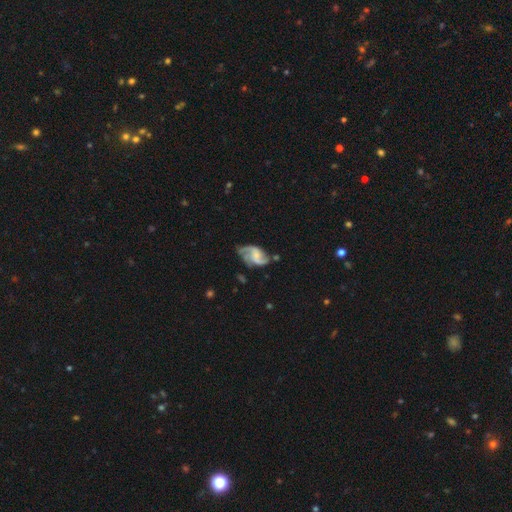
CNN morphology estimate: Smooth or featured?
  - featured or disk: 79% *
  - smooth: 15%
  - star or artifact: 6%
Edge-on disk?
  - no: 98% *
  - yes: 2%
Bar?
  - no: 49% *
  - weak: 40%
  - strong: 11%
Spiral arms?
  - yes: 93% *
  - no: 7%
Spiral winding?
  - loose: 46% *
  - medium: 41%
  - tight: 13%
Spiral arm count?
  - 2: 71% *
  - 3: 14%
  - can't tell: 7%
  - 1: 3%
  - 4: 2%
  - more than 4: 2%
Bulge size?
  - none: 38% *
  - small: 37%
  - moderate: 20%
  - large: 4%
  - dominant: 1%
Merging?
  - none: 51% *
  - minor disturbance: 25%
  - major disturbance: 18%
  - merger: 6%